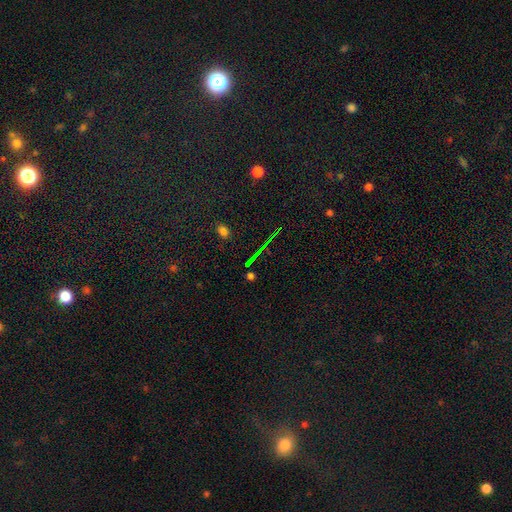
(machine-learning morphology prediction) This is likely a star or artifact rather than a galaxy (63%).